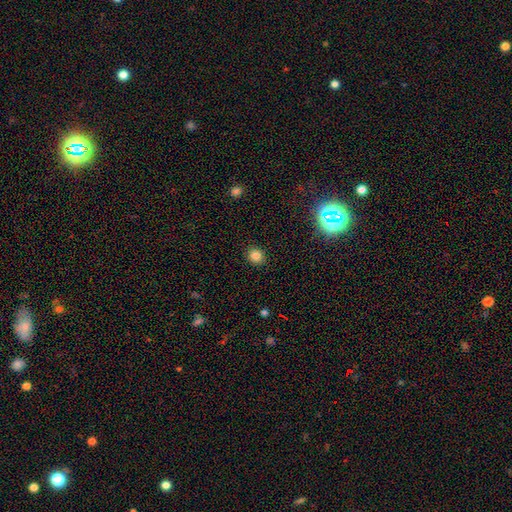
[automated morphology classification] This appears to be a smooth galaxy with no disk features (80%) that is round (82%). Merging: none (90%).